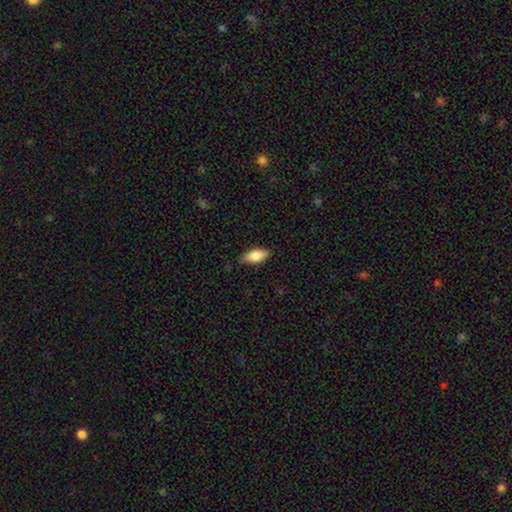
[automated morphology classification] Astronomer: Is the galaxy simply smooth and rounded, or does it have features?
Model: smooth — 82%.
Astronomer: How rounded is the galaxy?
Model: in between — 86%.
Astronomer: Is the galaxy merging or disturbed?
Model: none — 81%.